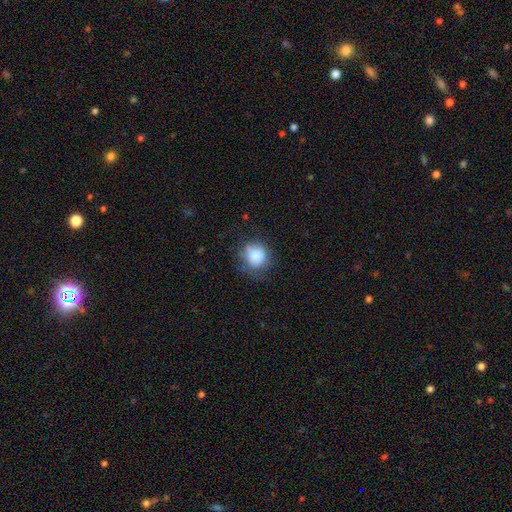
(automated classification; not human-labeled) A smooth galaxy with no disk features (83%) that is round (79%). Merging: none (61%).